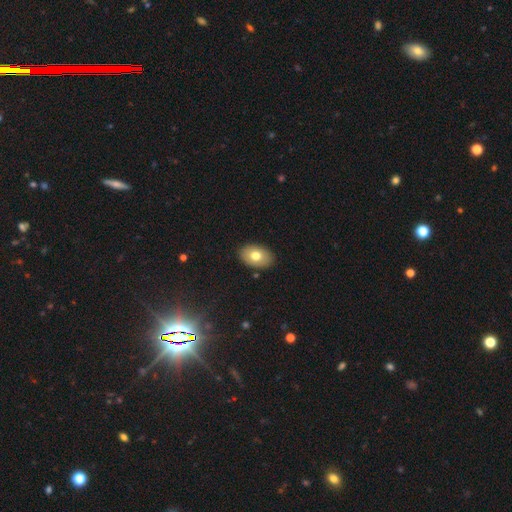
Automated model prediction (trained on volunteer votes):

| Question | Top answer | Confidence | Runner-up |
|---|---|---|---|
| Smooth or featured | smooth | 73% | featured or disk (19%) |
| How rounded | in between | 88% | round (11%) |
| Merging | none | 88% | minor disturbance (9%) |